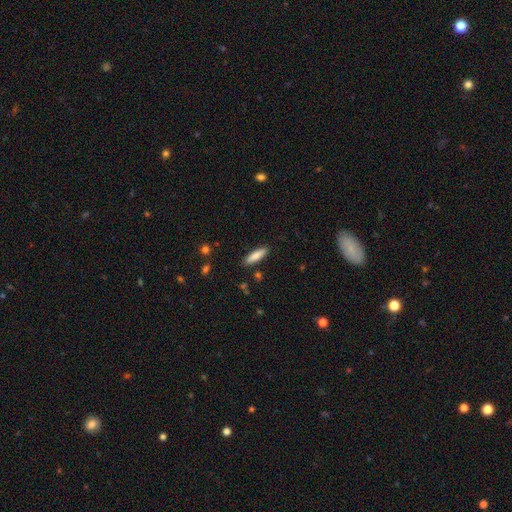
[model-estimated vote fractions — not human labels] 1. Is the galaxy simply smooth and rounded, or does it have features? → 82% smooth, 12% featured or disk, 6% star or artifact.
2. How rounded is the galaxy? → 68% cigar-shaped, 30% in between, 1% round.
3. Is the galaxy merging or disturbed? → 87% none, 9% minor disturbance, 2% major disturbance, 2% merger.